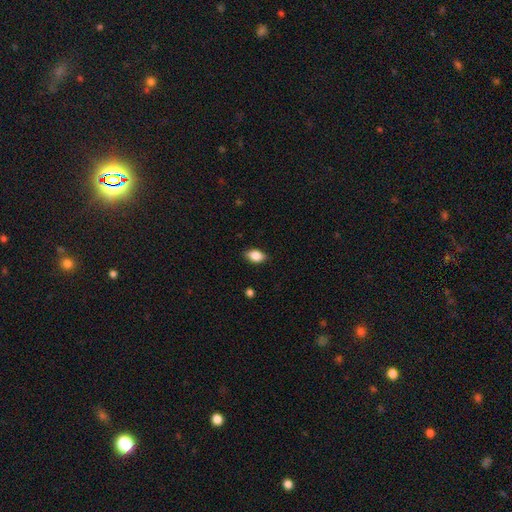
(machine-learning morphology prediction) A smooth galaxy with no disk features (84%) that is in between round and cigar-shaped (87%).

Vote fractions:
- Smooth or featured? smooth: 84% / featured or disk: 8% / star or artifact: 8%
- How rounded? in between: 87% / round: 10% / cigar-shaped: 3%
- Merging? none: 86% / minor disturbance: 11% / major disturbance: 2% / merger: 1%